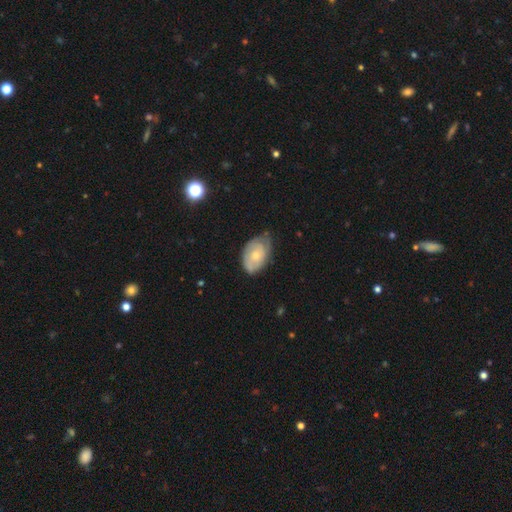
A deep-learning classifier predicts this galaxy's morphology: type=featured or disk (49%); merging=none (55%).